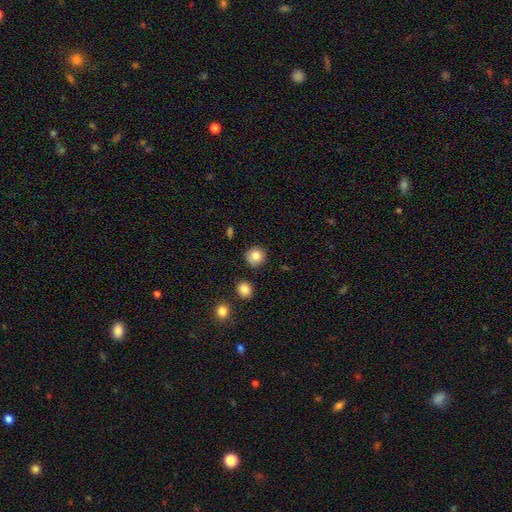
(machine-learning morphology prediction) Smooth or featured: smooth — 83% (star or artifact — 9%)
How rounded: round — 91% (in between — 8%)
Merging: none — 87% (minor disturbance — 8%)